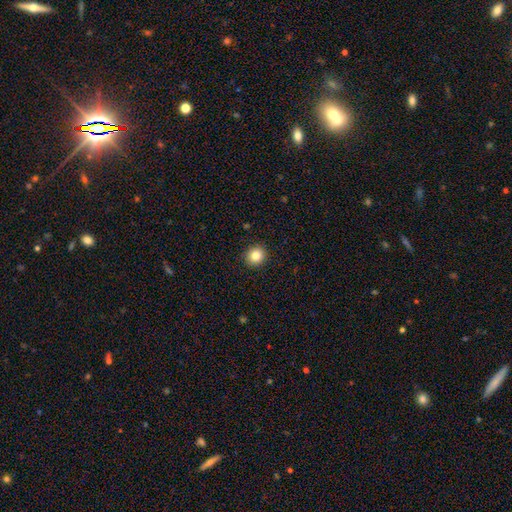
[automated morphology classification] Smooth or featured? Predicted: smooth (p=0.83). How rounded? Predicted: round (p=0.87). Merging? Predicted: none (p=0.92).